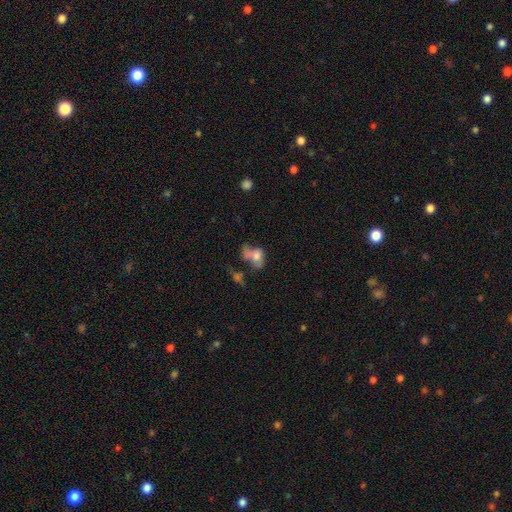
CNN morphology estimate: The model was most divided on "merging": merger: 32%, major disturbance: 31%, none: 20%, minor disturbance: 17%. More confident: how rounded — in between (72%); smooth or featured — smooth (59%).